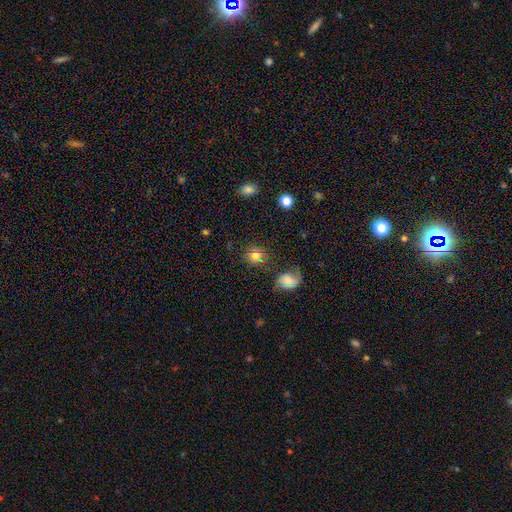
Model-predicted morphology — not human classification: Smooth or featured?
  - smooth: 80% *
  - star or artifact: 12%
  - featured or disk: 7%
How rounded?
  - round: 84% *
  - in between: 15%
  - cigar-shaped: 1%
Merging?
  - none: 83% *
  - minor disturbance: 10%
  - major disturbance: 4%
  - merger: 3%